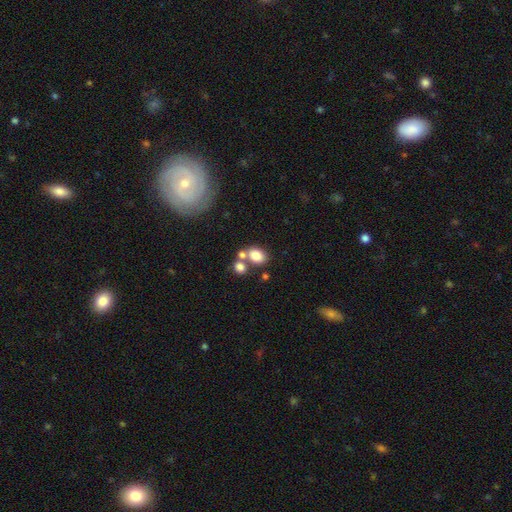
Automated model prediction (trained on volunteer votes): This appears to be a smooth galaxy with no disk features (79%) that is in between round and cigar-shaped (66%). Merging: none (48%).